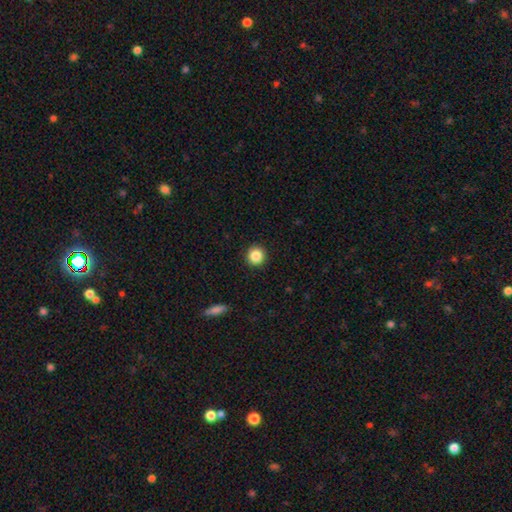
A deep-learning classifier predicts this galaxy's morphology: smooth_or_featured: smooth (p=0.86) [alt: star or artifact p=0.09]
how_rounded: round (p=0.94) [alt: in between p=0.05]
merging: none (p=0.92) [alt: minor disturbance p=0.05]